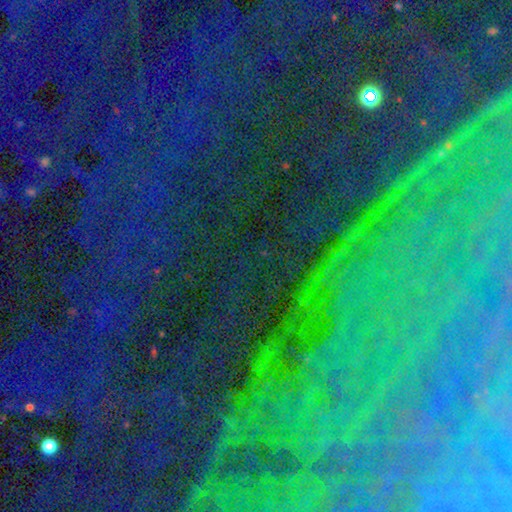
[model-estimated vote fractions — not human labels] Q: Smooth or featured?
A: star or artifact (76%); runner-up: featured or disk (12%)